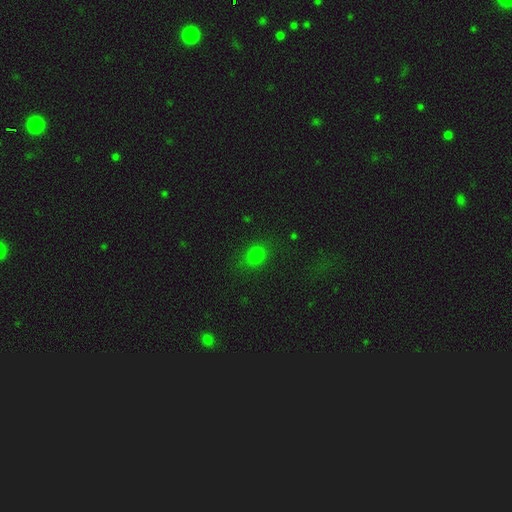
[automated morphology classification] smooth 79%, star or artifact 16%, featured or disk 6%. Down the decision tree: how rounded — round (53%); merging — none (82%).